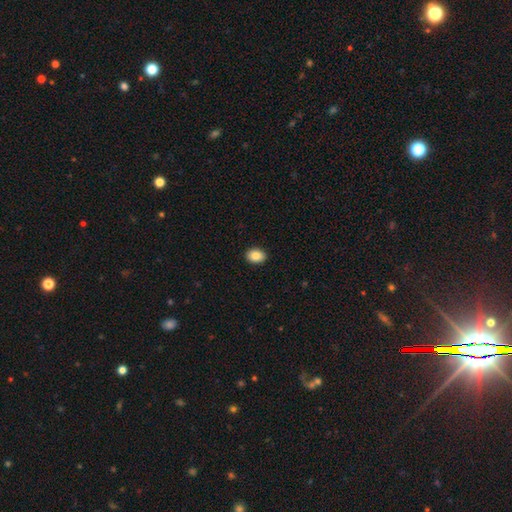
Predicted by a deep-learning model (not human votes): A smooth galaxy with no disk features (86%) that is in between round and cigar-shaped (75%). Merging: none (91%).